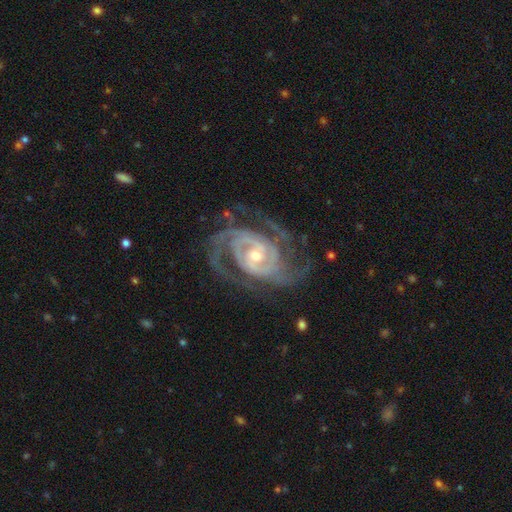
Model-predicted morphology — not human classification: smooth-or-featured: featured or disk: 93% | star or artifact: 4% | smooth: 3%
  disk-edge-on: no: 97% | yes: 3%
    bar: no: 52% | weak: 35% | strong: 14%
    has-spiral-arms: yes: 98% | no: 2%
      spiral-winding: tight: 60% | medium: 34% | loose: 6%
      spiral-arm-count: 2: 36% | 3: 28% | can't tell: 14% | 4: 11% | more than 4: 6% | 1: 6%
    bulge-size: moderate: 49% | small: 46% | large: 3% | none: 1% | dominant: 1%
  merging: none: 67% | minor disturbance: 18% | major disturbance: 13% | merger: 1%